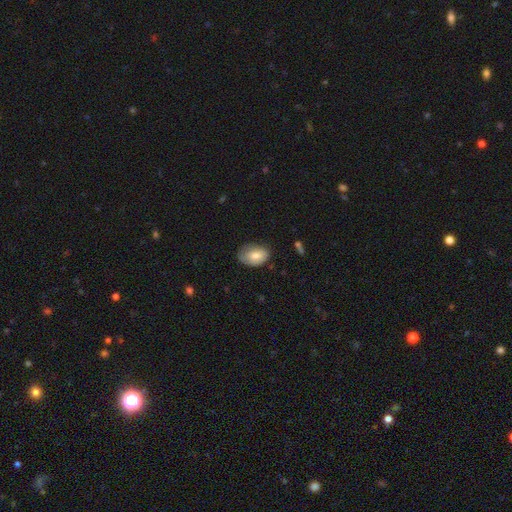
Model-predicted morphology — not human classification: Smooth or featured?
  - smooth: 75% *
  - featured or disk: 18%
  - star or artifact: 7%
How rounded?
  - in between: 85% *
  - round: 13%
  - cigar-shaped: 1%
Merging?
  - none: 61% *
  - minor disturbance: 30%
  - major disturbance: 7%
  - merger: 1%